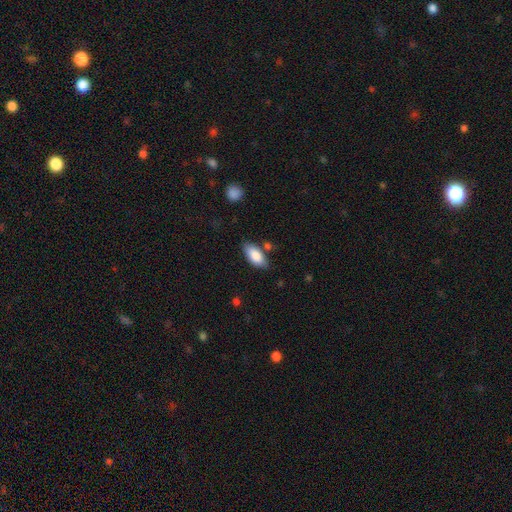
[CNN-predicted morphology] Smooth or featured? Predicted: smooth (p=0.85). How rounded? Predicted: in between (p=0.91). Merging? Predicted: none (p=0.75).